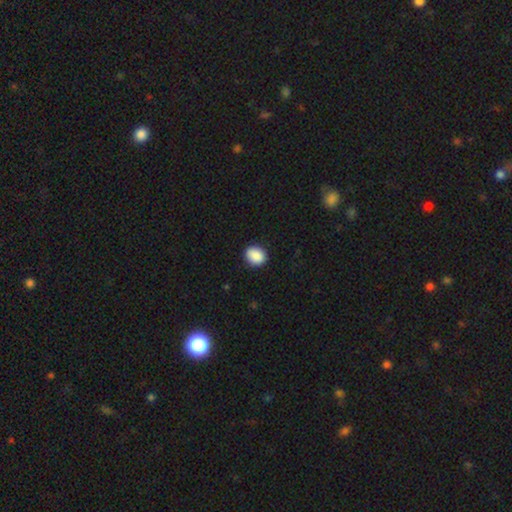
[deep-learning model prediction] Overall: smooth (89%). How rounded: round (57%; in between 42%). Merging: none (88%).